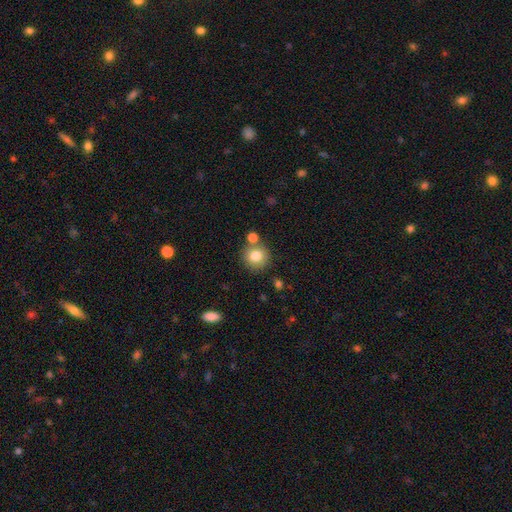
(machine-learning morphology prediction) Q: Smooth or featured?
A: smooth (80%); runner-up: star or artifact (10%)
Q: How rounded?
A: round (91%); runner-up: in between (8%)
Q: Merging?
A: none (74%); runner-up: merger (14%)